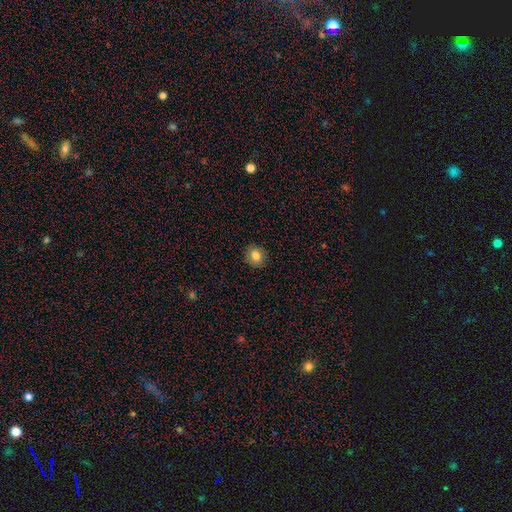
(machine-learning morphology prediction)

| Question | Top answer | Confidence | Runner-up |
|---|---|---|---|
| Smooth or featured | smooth | 83% | star or artifact (10%) |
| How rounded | round | 75% | in between (24%) |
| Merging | none | 90% | minor disturbance (7%) |